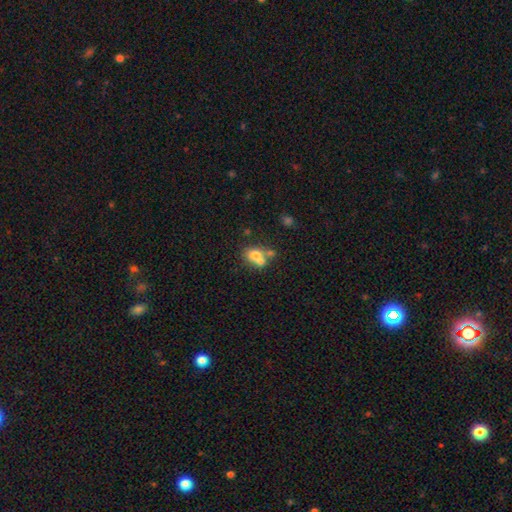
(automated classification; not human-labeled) smooth-or-featured: smooth: 69% | featured or disk: 19% | star or artifact: 12%
  how-rounded: round: 55% | in between: 44% | cigar-shaped: 1%
  merging: merger: 51% | none: 35% | minor disturbance: 9% | major disturbance: 5%